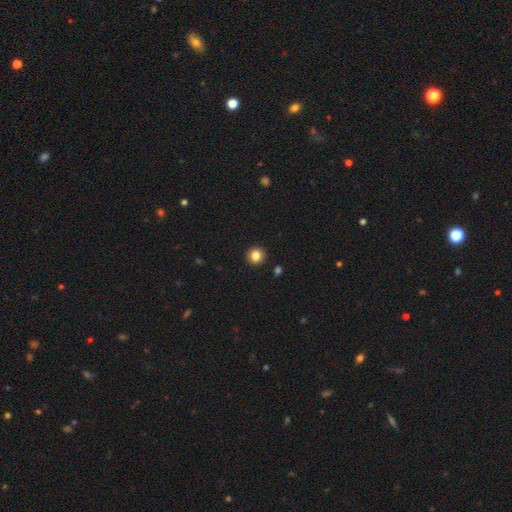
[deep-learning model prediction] Q: Smooth or featured?
A: smooth (84%); runner-up: star or artifact (11%)
Q: How rounded?
A: round (93%); runner-up: in between (6%)
Q: Merging?
A: none (93%); runner-up: minor disturbance (5%)